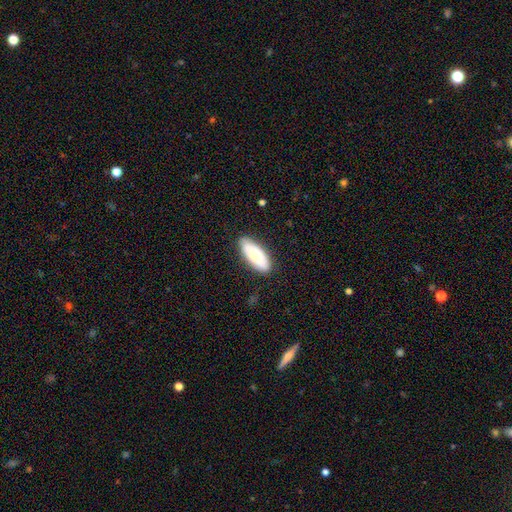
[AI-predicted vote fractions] This appears to be a smooth galaxy with no disk features (66%) that is in between round and cigar-shaped (84%). Merging: none (85%).